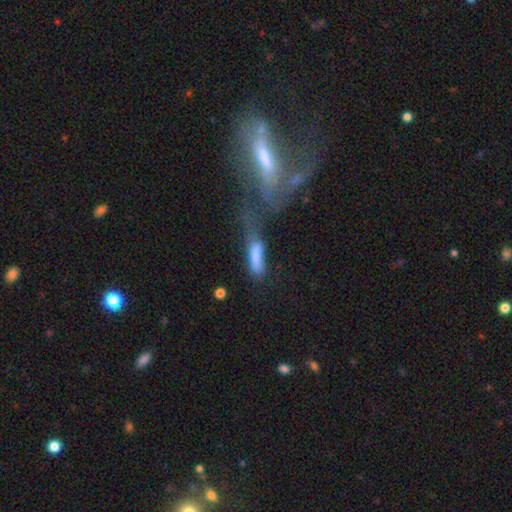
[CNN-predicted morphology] Smooth or featured?
  - smooth: 72% *
  - featured or disk: 19%
  - star or artifact: 9%
How rounded?
  - cigar-shaped: 64% *
  - in between: 32%
  - round: 3%
Merging?
  - major disturbance: 32% *
  - merger: 26%
  - none: 24%
  - minor disturbance: 19%